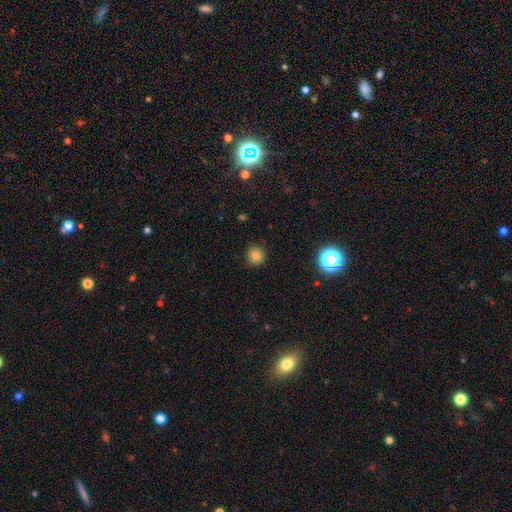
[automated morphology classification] smooth 80%, star or artifact 14%, featured or disk 6%. Down the decision tree: how rounded — round (94%); merging — none (91%).